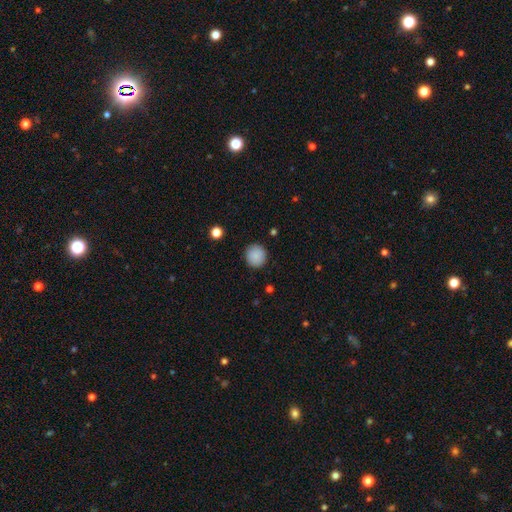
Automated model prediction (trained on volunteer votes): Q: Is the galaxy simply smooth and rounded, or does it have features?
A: smooth — 88%.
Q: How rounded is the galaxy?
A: round — 93%.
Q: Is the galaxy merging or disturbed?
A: none — 90%.